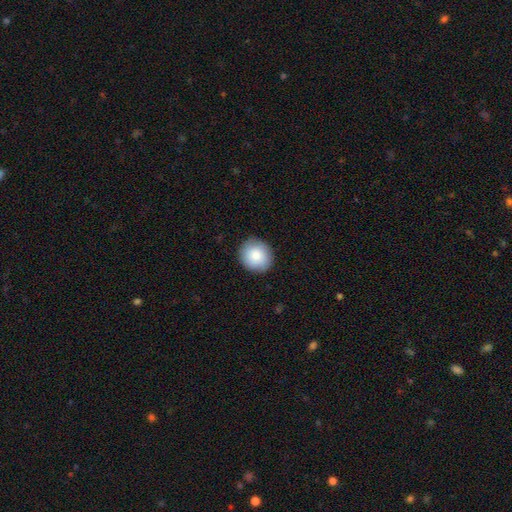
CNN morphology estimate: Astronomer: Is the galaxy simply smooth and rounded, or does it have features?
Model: smooth — 86%.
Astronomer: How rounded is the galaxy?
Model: round — 88%.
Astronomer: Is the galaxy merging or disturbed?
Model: none — 89%.